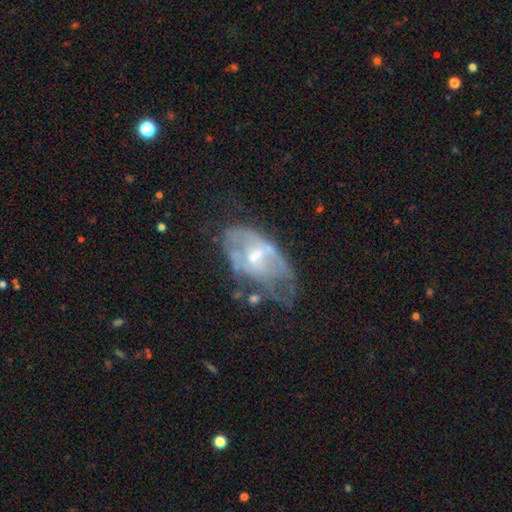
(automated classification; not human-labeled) Morphology: type=featured or disk (64%); edge-on=no (94%); bar=no (51%); spiral arms=no (61%); bulge=moderate (48%); merging=major disturbance (32%).